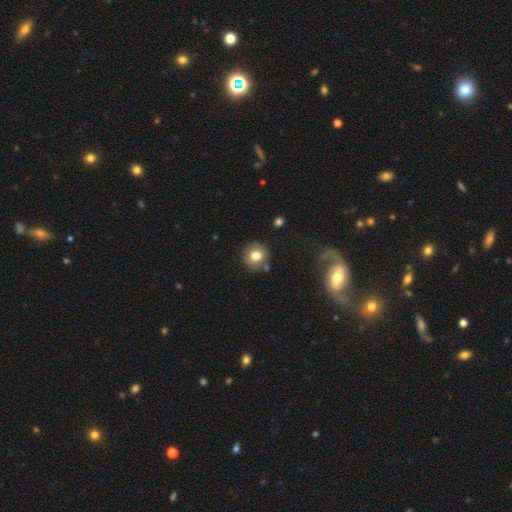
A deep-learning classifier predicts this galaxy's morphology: smooth-or-featured: smooth: 76% | featured or disk: 14% | star or artifact: 10%
  how-rounded: round: 90% | in between: 9% | cigar-shaped: 1%
  merging: none: 81% | minor disturbance: 11% | merger: 5% | major disturbance: 3%